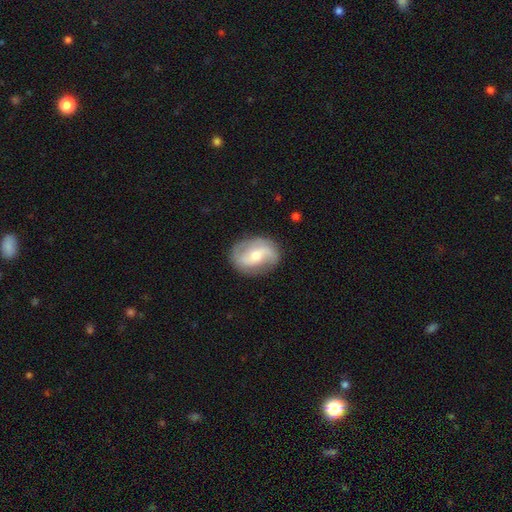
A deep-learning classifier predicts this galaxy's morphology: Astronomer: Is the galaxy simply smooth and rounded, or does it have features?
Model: featured or disk — 77%.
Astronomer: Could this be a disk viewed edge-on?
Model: no — 97%.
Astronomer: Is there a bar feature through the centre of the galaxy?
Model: weak — 41% (runner-up: no, 38%).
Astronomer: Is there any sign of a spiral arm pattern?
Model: yes — 92%.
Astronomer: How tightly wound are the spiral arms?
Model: loose — 45% (runner-up: medium, 38%).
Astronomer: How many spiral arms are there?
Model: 2 — 86%.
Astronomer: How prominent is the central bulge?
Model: moderate — 54% (runner-up: small, 41%).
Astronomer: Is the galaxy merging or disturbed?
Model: none — 81%.